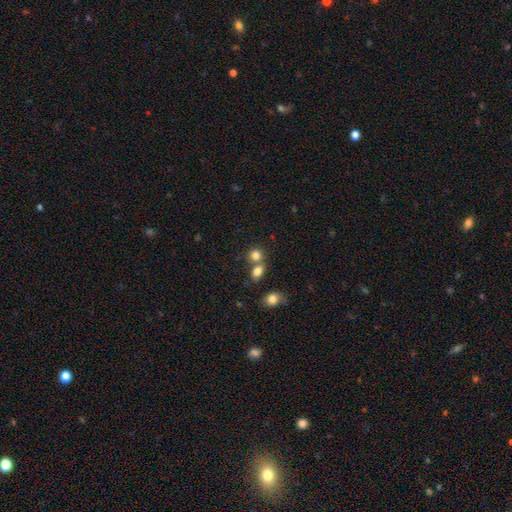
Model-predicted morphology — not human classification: smooth_or_featured: smooth (p=0.80) [alt: star or artifact p=0.12]
how_rounded: round (p=0.73) [alt: in between p=0.26]
merging: none (p=0.49) [alt: merger p=0.40]